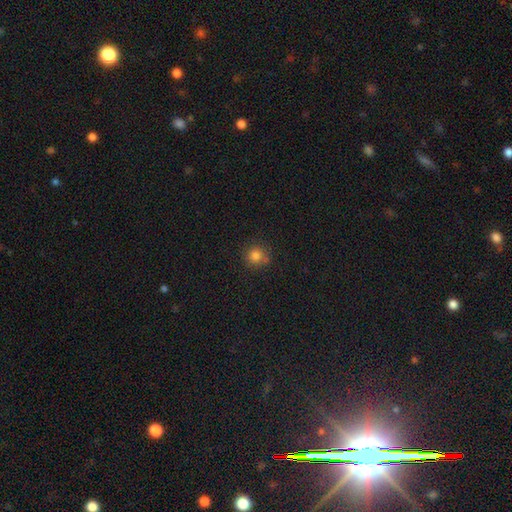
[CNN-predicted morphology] smooth_or_featured: smooth (p=0.81) [alt: star or artifact p=0.13]
how_rounded: round (p=0.91) [alt: in between p=0.08]
merging: none (p=0.74) [alt: minor disturbance p=0.14]